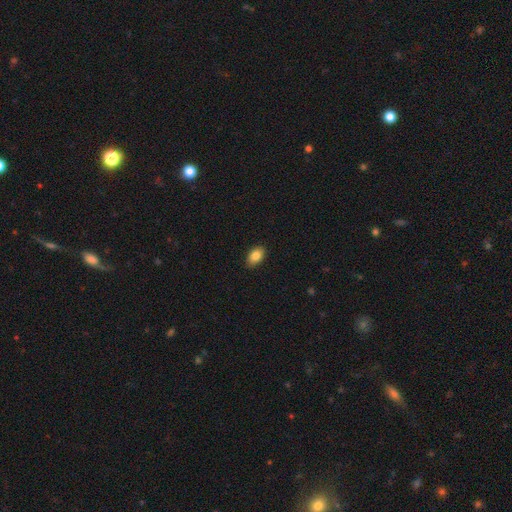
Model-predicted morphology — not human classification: Overall: smooth (85%). How rounded: in between (89%). Merging: none (88%).